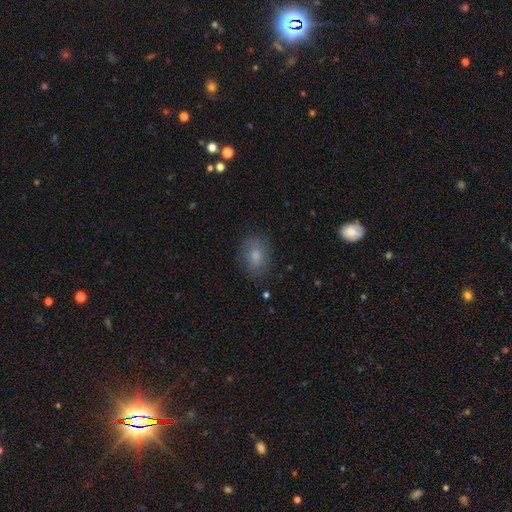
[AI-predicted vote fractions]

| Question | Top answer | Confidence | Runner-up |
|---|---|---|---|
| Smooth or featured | smooth | 78% | featured or disk (13%) |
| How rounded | in between | 67% | round (32%) |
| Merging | none | 77% | minor disturbance (16%) |